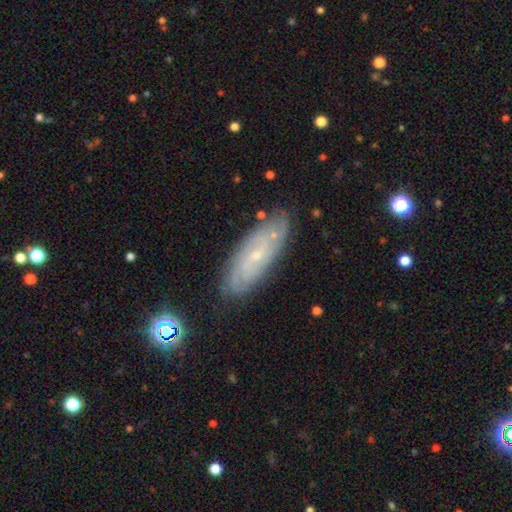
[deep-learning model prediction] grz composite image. It shows a featured or disk galaxy (71%) with no bar (65%), tight (64%) spiral arms (91%) and a small central bulge (81%). Merging: none (81%).